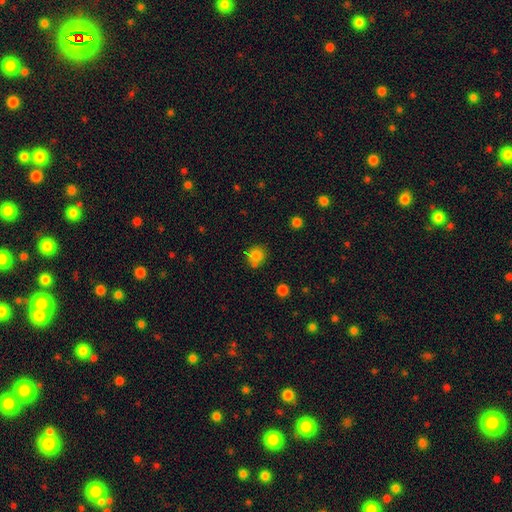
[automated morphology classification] This is clearly a smooth galaxy (82%). How rounded: likely round (78%). Merging: likely none (71%).